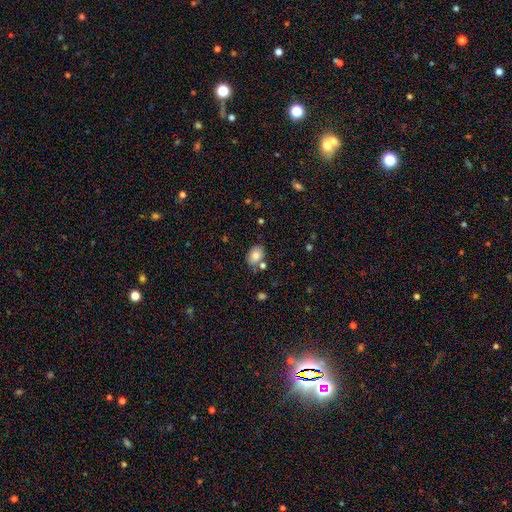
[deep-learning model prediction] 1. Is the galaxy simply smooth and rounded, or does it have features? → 80% smooth, 12% featured or disk, 9% star or artifact.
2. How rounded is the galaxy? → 73% in between, 26% round, 1% cigar-shaped.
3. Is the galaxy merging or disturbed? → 69% none, 16% minor disturbance, 10% merger, 4% major disturbance.